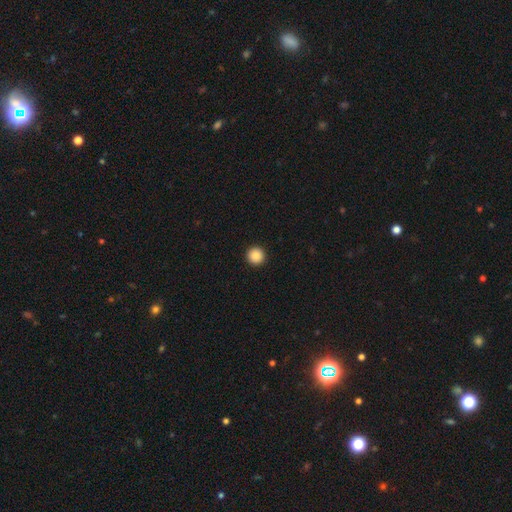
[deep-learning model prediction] This appears to be a smooth galaxy with no disk features (88%) that is round (96%). Merging: none (94%).